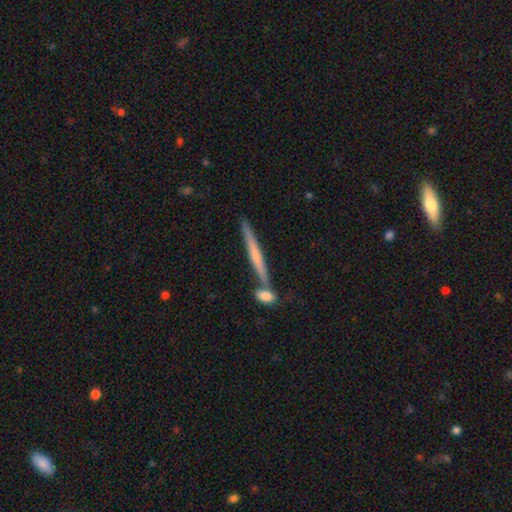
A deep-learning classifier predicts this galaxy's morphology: Smooth or featured?
  - featured or disk: 48% *
  - smooth: 46%
  - star or artifact: 6%
Merging?
  - none: 73% *
  - merger: 15%
  - minor disturbance: 10%
  - major disturbance: 3%